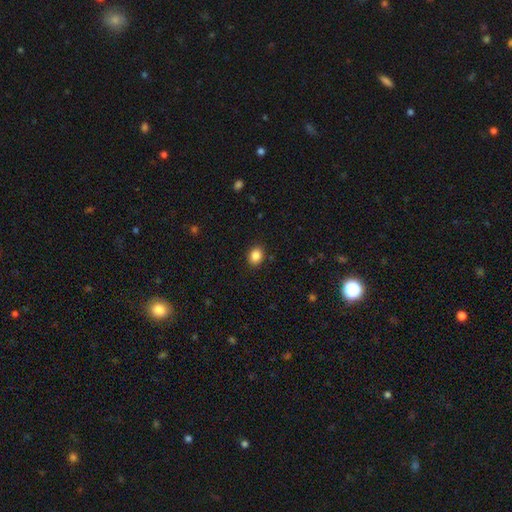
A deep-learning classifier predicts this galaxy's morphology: Smooth or featured? Predicted: smooth (p=0.87). How rounded? Predicted: round (p=0.50). Merging? Predicted: none (p=0.90).